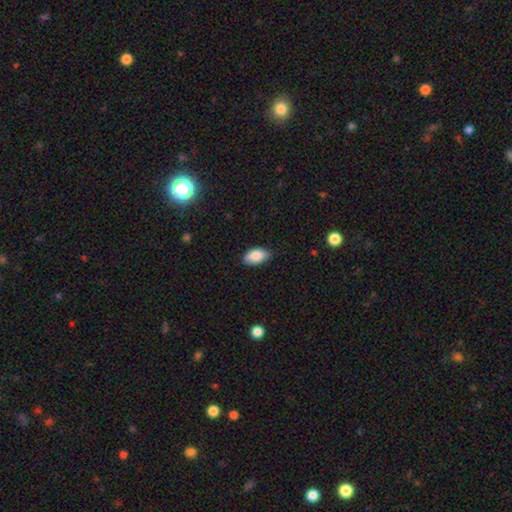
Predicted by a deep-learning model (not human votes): Overall: smooth (87%). How rounded: in between (94%). Merging: none (81%).